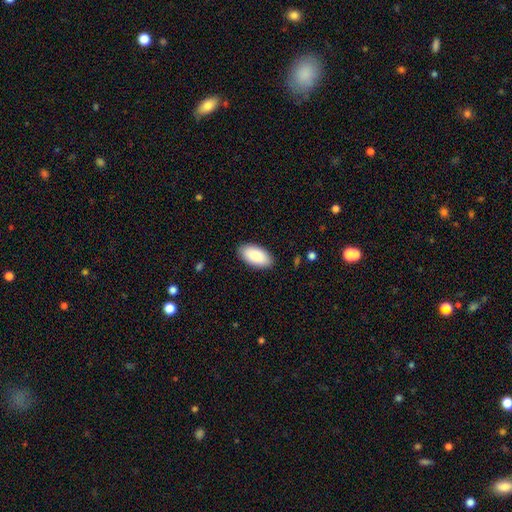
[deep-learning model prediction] This is clearly a smooth galaxy (88%). How rounded: clearly in between (96%). Merging: clearly none (88%).